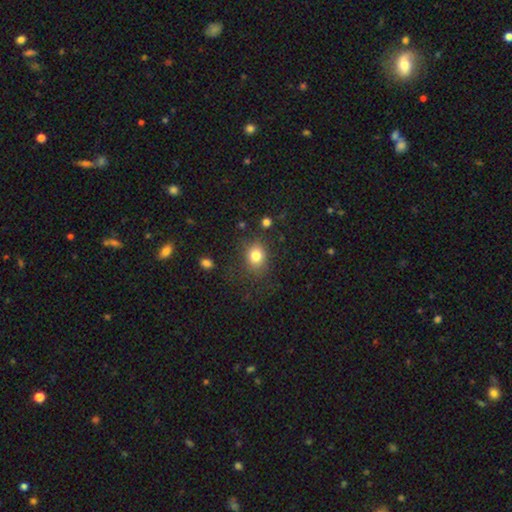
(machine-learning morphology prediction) smooth 81%, star or artifact 12%, featured or disk 8%. Down the decision tree: how rounded — round (56%); merging — none (78%).